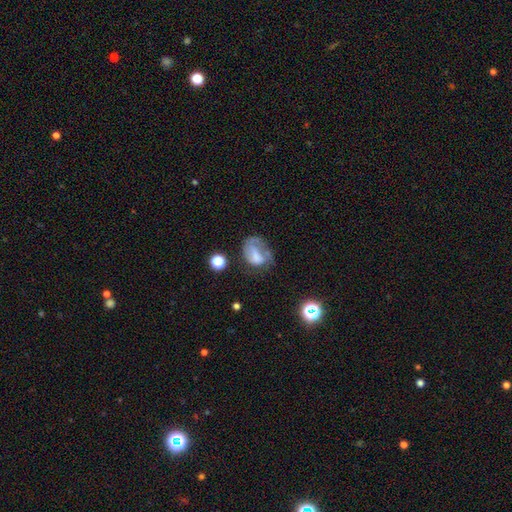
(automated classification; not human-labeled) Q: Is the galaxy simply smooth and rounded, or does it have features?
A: smooth — 49%.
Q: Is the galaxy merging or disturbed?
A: major disturbance — 37%.